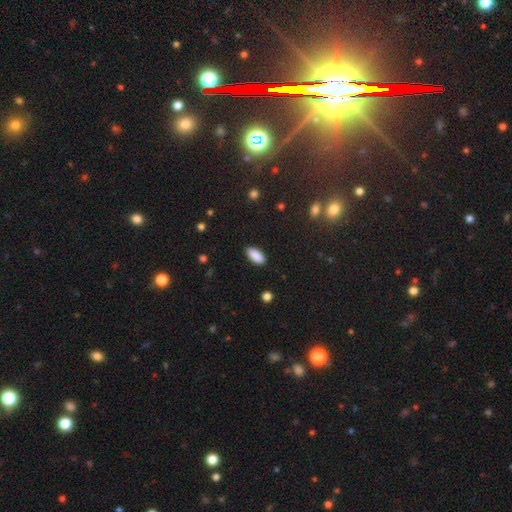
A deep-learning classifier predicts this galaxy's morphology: This appears to be a smooth galaxy with no disk features (89%) that is in between round and cigar-shaped (87%). Merging: none (88%).